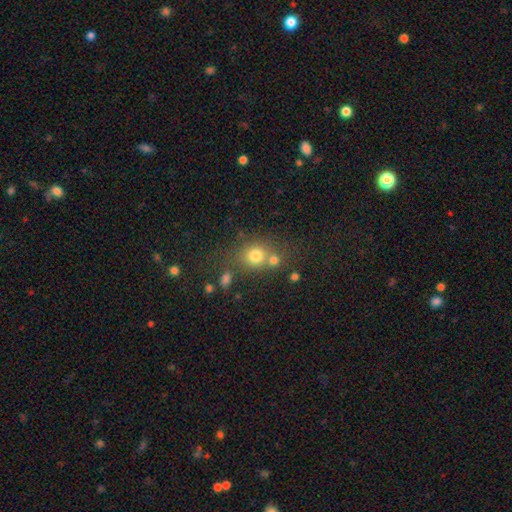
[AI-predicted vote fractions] A smooth galaxy with no disk features (75%) that is round (78%).

Vote fractions:
- Smooth or featured? smooth: 75% / star or artifact: 15% / featured or disk: 10%
- How rounded? round: 78% / in between: 21% / cigar-shaped: 1%
- Merging? none: 56% / merger: 28% / minor disturbance: 11% / major disturbance: 5%